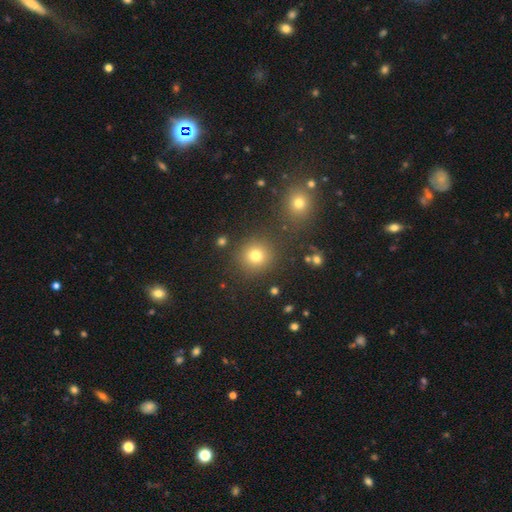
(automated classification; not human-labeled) smooth 76%, star or artifact 17%, featured or disk 7%. Down the decision tree: how rounded — round (90%); merging — none (84%).